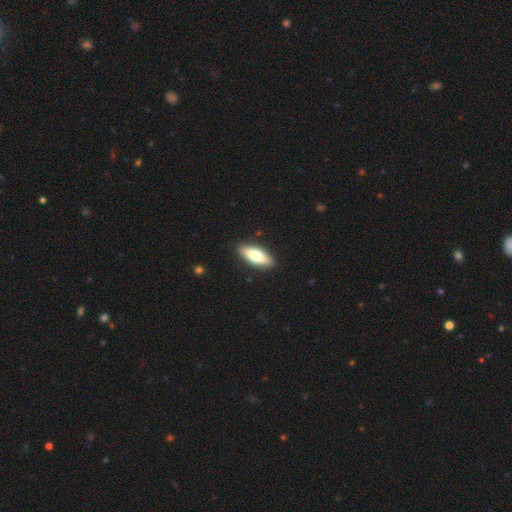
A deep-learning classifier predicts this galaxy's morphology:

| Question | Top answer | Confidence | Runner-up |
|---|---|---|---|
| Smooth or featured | smooth | 69% | featured or disk (25%) |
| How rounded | in between | 71% | cigar-shaped (27%) |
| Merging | none | 90% | minor disturbance (7%) |